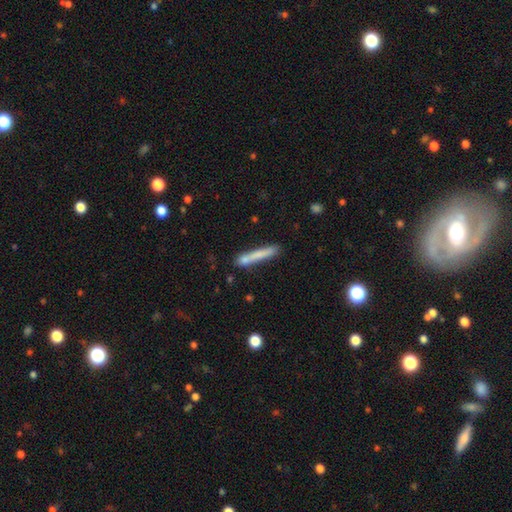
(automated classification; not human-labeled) This is likely a smooth galaxy (68%). How rounded: clearly cigar-shaped (95%). Merging: likely none (70%).